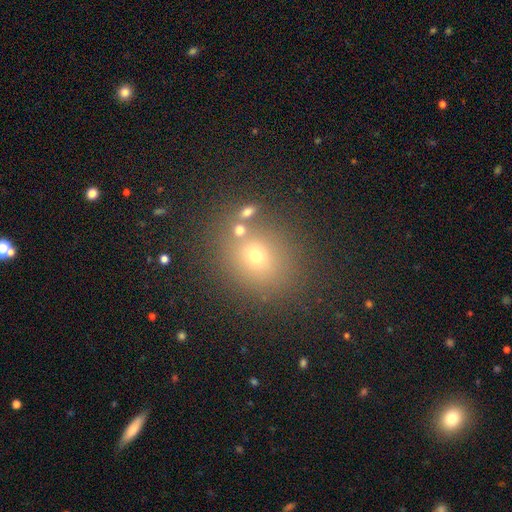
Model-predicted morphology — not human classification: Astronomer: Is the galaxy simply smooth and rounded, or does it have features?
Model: smooth — 68%.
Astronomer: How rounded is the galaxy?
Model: round — 67%.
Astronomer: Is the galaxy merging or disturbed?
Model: none — 73%.